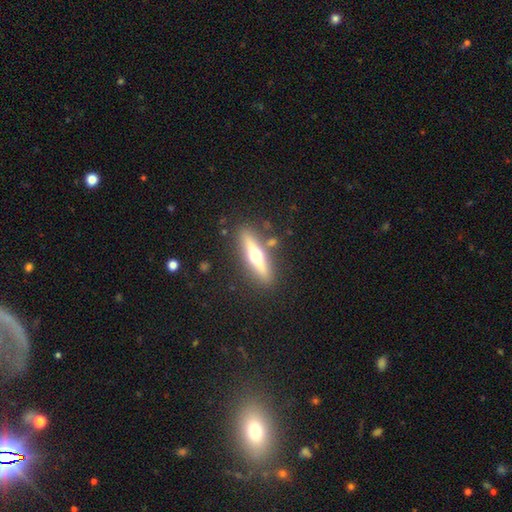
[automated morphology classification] type=featured or disk (65%); edge-on=yes (93%); edge-on bulge=rounded (96%); merging=none (85%).